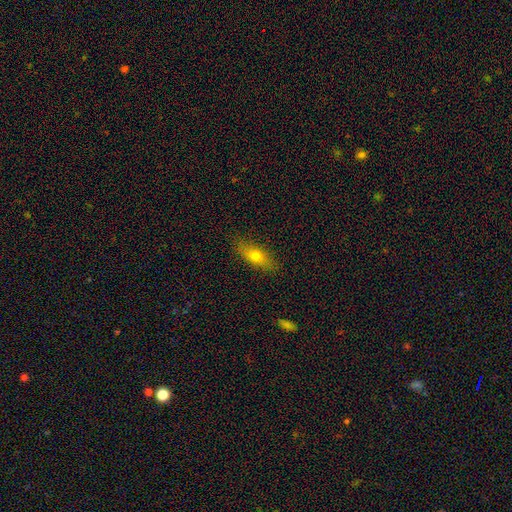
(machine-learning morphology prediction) This is likely a smooth galaxy (69%). How rounded: likely in between (67%). Merging: clearly none (85%).